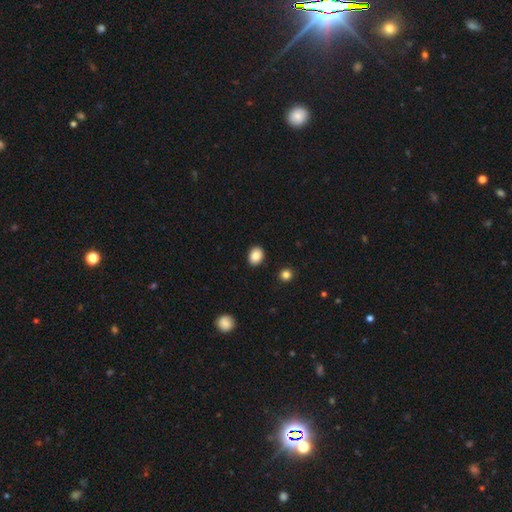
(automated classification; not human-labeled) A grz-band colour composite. It shows a smooth galaxy with no disk features (88%) that is in between round and cigar-shaped (63%). Merging: none (90%).